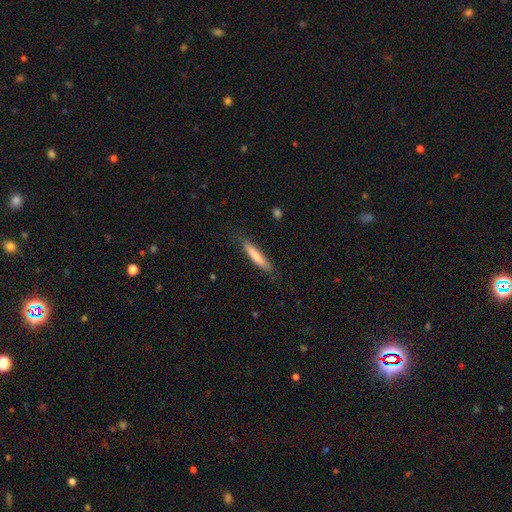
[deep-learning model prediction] A smooth galaxy with no disk features (77%) that is cigar-shaped (90%).

Vote fractions:
- Smooth or featured? smooth: 77% / featured or disk: 17% / star or artifact: 6%
- How rounded? cigar-shaped: 90% / in between: 8% / round: 1%
- Merging? none: 83% / minor disturbance: 13% / major disturbance: 3% / merger: 1%